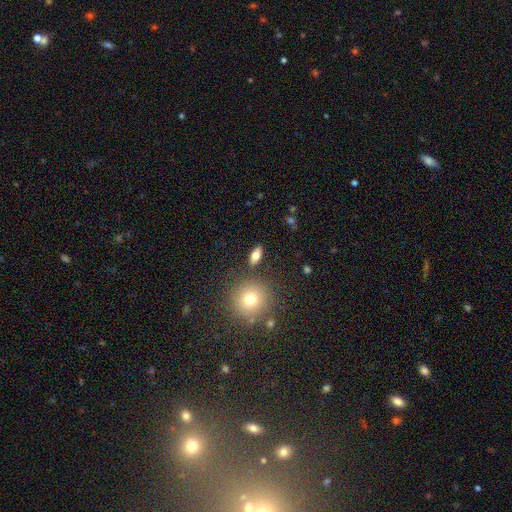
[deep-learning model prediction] Smooth or featured?
  - smooth: 70% *
  - featured or disk: 20%
  - star or artifact: 10%
How rounded?
  - in between: 72% *
  - cigar-shaped: 19%
  - round: 9%
Merging?
  - none: 85% *
  - minor disturbance: 9%
  - merger: 3%
  - major disturbance: 3%